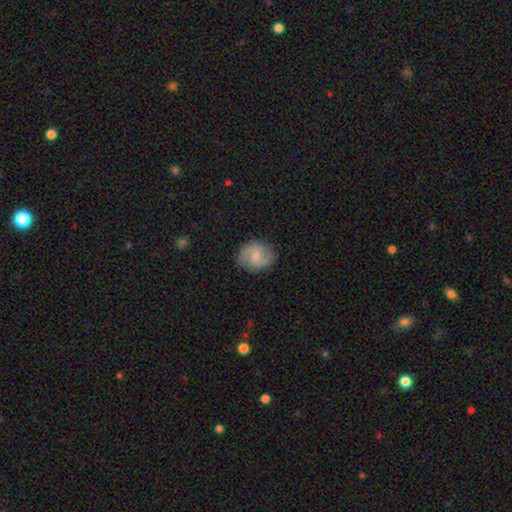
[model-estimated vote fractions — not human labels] smooth_or_featured: featured or disk (p=0.57) [alt: smooth p=0.36]
disk_edge_on: no (p=0.97) [alt: yes p=0.03]
bar: weak (p=0.57) [alt: no p=0.29]
has_spiral_arms: yes (p=0.87) [alt: no p=0.13]
bulge_size: small (p=0.51) [alt: moderate p=0.38]
merging: none (p=0.80) [alt: minor disturbance p=0.15]